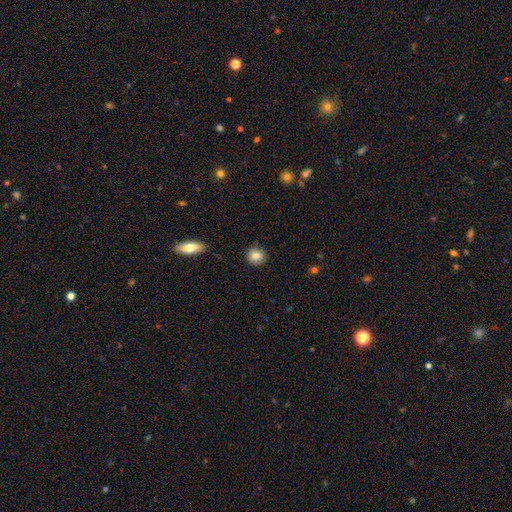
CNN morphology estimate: Q: Smooth or featured?
A: smooth (85%); runner-up: star or artifact (8%)
Q: How rounded?
A: round (85%); runner-up: in between (14%)
Q: Merging?
A: none (87%); runner-up: minor disturbance (9%)